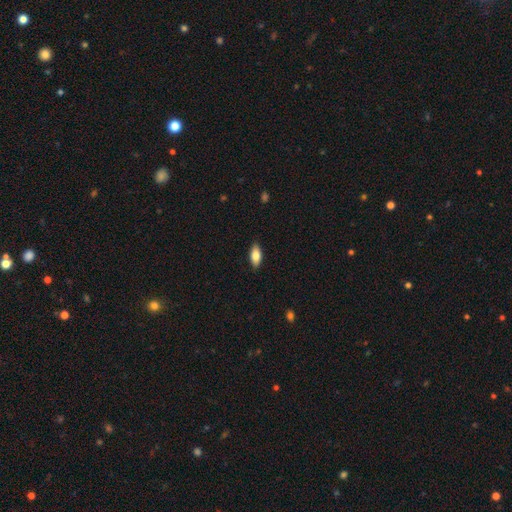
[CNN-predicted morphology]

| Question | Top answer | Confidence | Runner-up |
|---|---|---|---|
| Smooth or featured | smooth | 80% | featured or disk (14%) |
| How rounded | in between | 86% | cigar-shaped (12%) |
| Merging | none | 87% | minor disturbance (10%) |